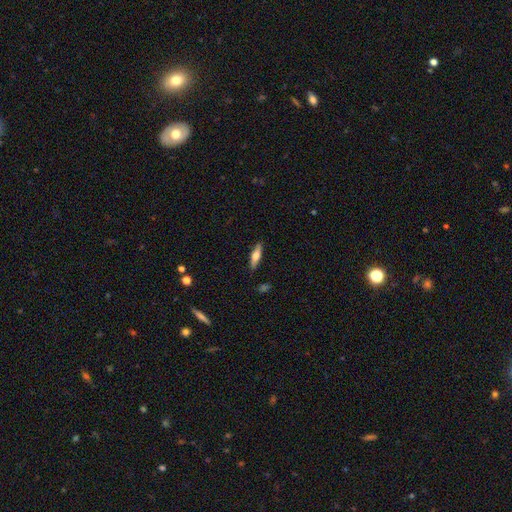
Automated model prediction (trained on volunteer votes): Overall: smooth (51%; featured or disk 43%). How rounded: cigar-shaped (65%; in between 32%). Merging: none (87%).